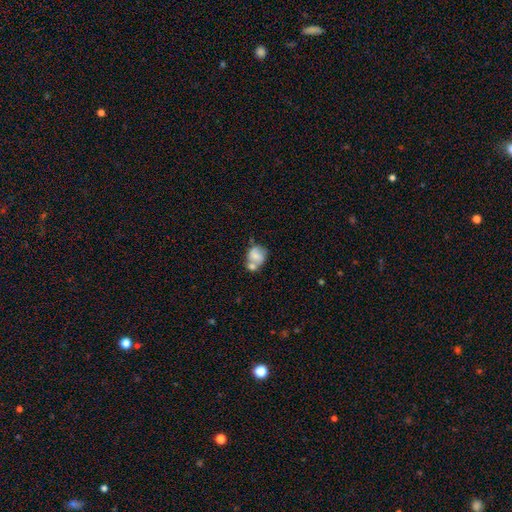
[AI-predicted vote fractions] Smooth or featured? smooth (64%)
How rounded? round (59%)
Merging? merger (48%)